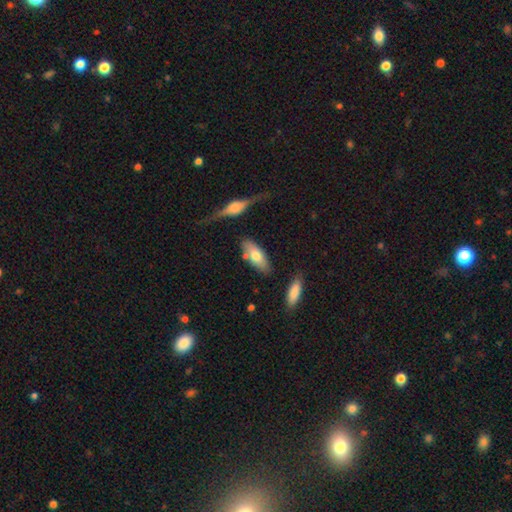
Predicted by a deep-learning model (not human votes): This is likely a smooth galaxy (69%). How rounded: likely in between (78%). Merging: likely none (69%).